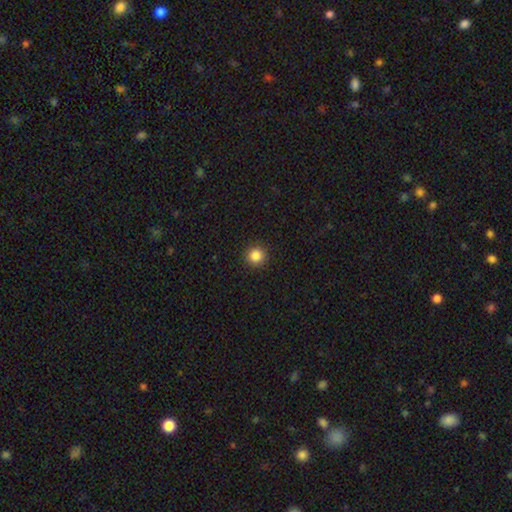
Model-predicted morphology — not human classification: This is clearly a smooth galaxy (85%). How rounded: clearly round (95%). Merging: clearly none (93%).